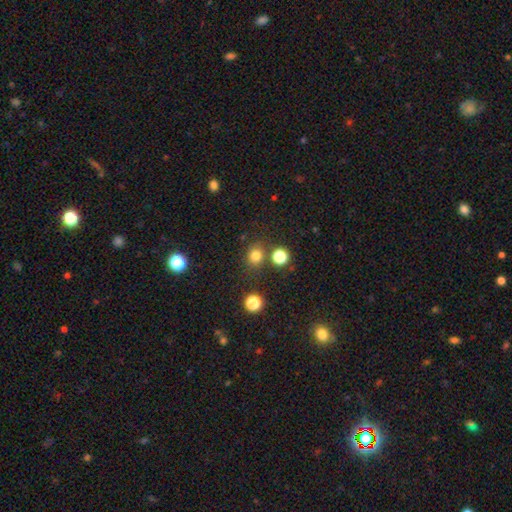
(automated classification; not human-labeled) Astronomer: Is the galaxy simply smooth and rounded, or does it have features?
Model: smooth — 77%.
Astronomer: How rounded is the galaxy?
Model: round — 80%.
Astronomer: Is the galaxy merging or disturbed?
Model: none — 78%.